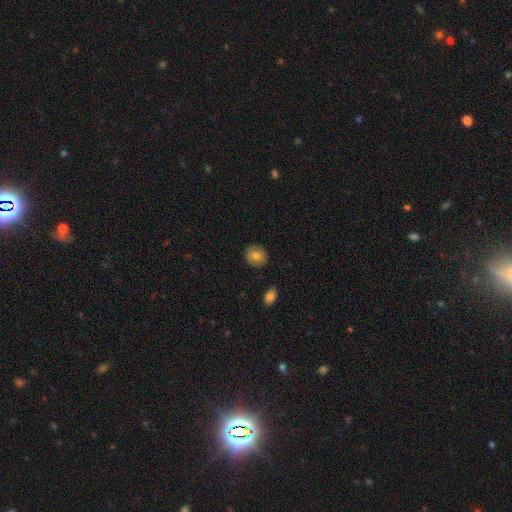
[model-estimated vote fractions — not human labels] Smooth or featured: smooth — 76% (featured or disk — 16%)
How rounded: round — 88% (in between — 11%)
Merging: none — 89% (minor disturbance — 8%)